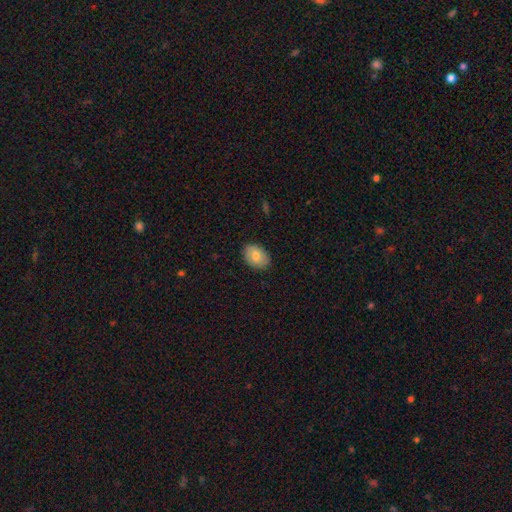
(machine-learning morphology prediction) Smooth or featured: smooth — 79% (featured or disk — 14%)
How rounded: in between — 79% (round — 20%)
Merging: none — 87% (minor disturbance — 10%)